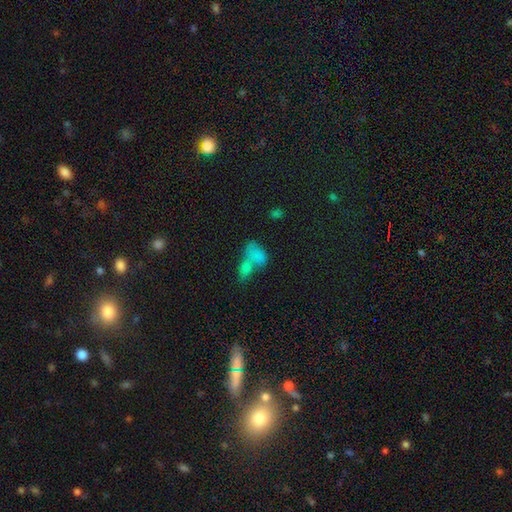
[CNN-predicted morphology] This is likely a smooth galaxy (75%). How rounded: clearly in between (88%). Merging: likely merger (67%).